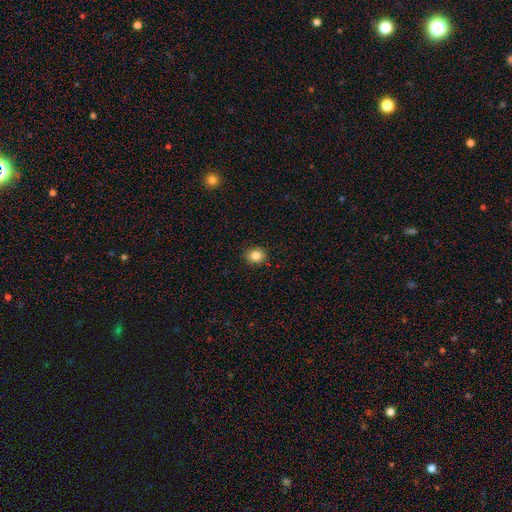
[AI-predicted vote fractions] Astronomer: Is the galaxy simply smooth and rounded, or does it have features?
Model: smooth — 84%.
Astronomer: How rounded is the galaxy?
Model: round — 62%.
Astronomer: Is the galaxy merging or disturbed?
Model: none — 90%.